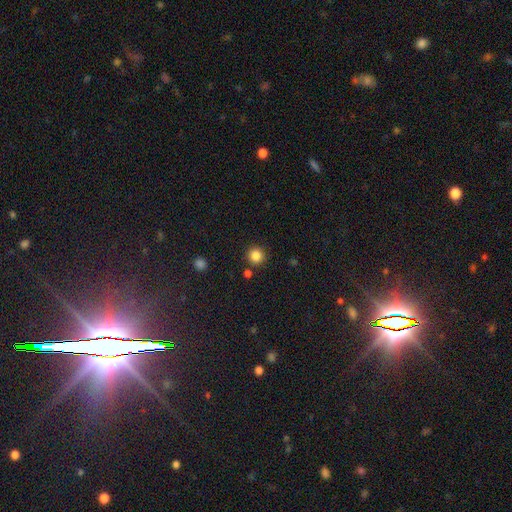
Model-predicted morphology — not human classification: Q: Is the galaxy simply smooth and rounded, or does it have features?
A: smooth — 85%.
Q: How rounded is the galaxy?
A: round — 94%.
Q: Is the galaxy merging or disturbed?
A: none — 87%.